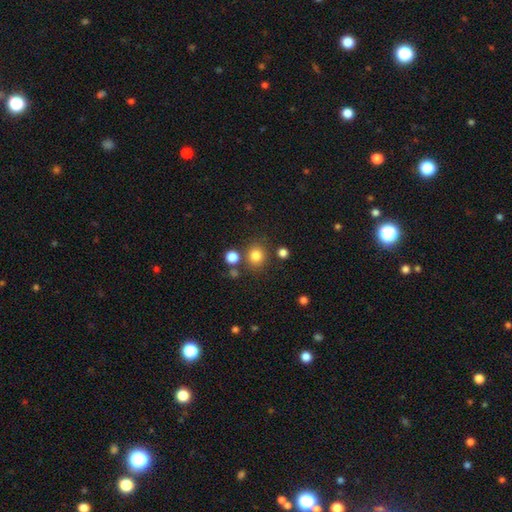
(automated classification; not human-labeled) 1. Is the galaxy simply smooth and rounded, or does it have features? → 81% smooth, 13% star or artifact, 6% featured or disk.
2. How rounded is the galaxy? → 84% round, 15% in between, 1% cigar-shaped.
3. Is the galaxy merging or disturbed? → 78% none, 9% minor disturbance, 9% merger, 4% major disturbance.